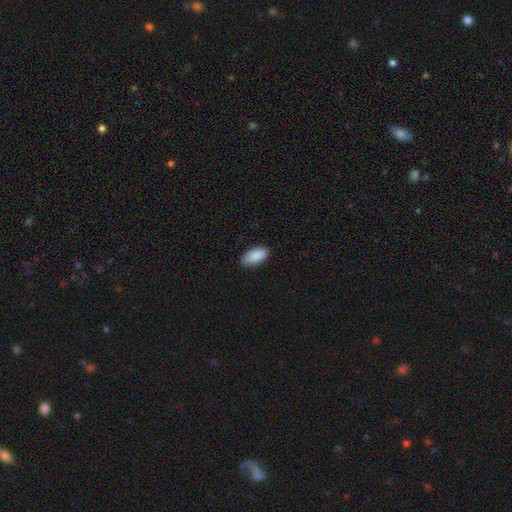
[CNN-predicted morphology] This appears to be a smooth galaxy with no disk features (90%) that is in between round and cigar-shaped (95%). Merging: none (85%).